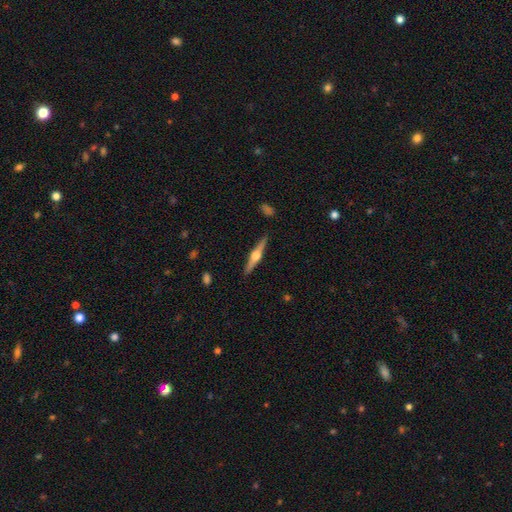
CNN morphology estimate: The model was most divided on "smooth or featured": featured or disk: 76%, smooth: 19%, star or artifact: 5%. More confident: edge-on disk — yes (98%); edge-on bulge — rounded (95%); merging — none (91%).